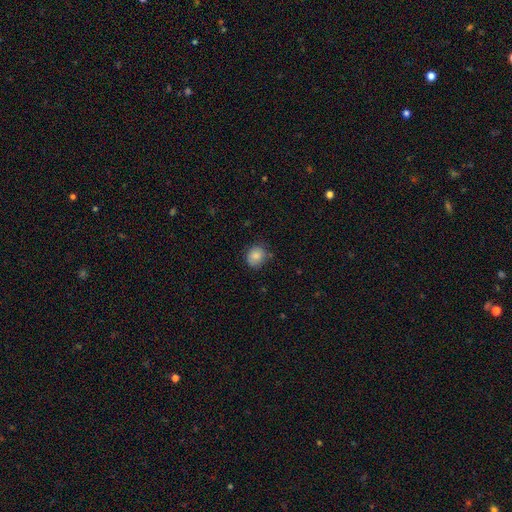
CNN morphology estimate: smooth-or-featured: smooth: 84% | star or artifact: 9% | featured or disk: 8%
  how-rounded: round: 73% | in between: 26% | cigar-shaped: 1%
  merging: none: 74% | minor disturbance: 20% | major disturbance: 4% | merger: 2%